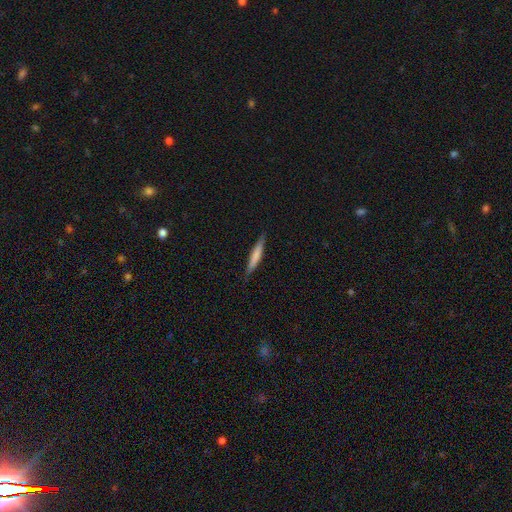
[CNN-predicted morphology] Overall: smooth (66%; featured or disk 28%). How rounded: cigar-shaped (94%). Merging: none (88%).